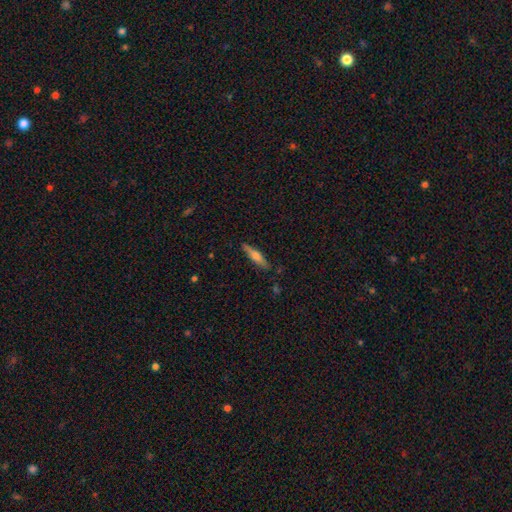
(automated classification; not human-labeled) Smooth or featured? Predicted: featured or disk (p=0.49). Merging? Predicted: none (p=0.87).